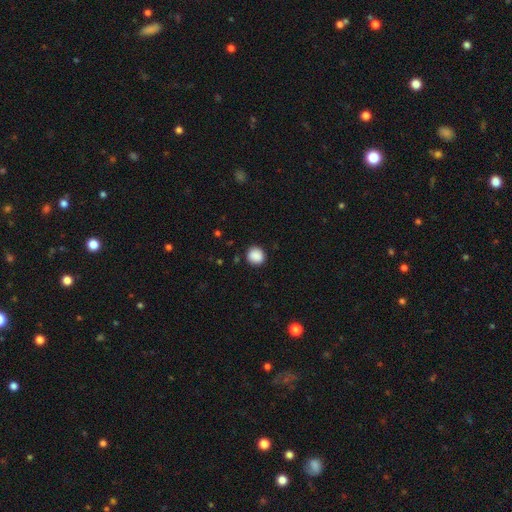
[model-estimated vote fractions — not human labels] This appears to be a smooth galaxy with no disk features (89%) that is round (87%). Merging: none (89%).